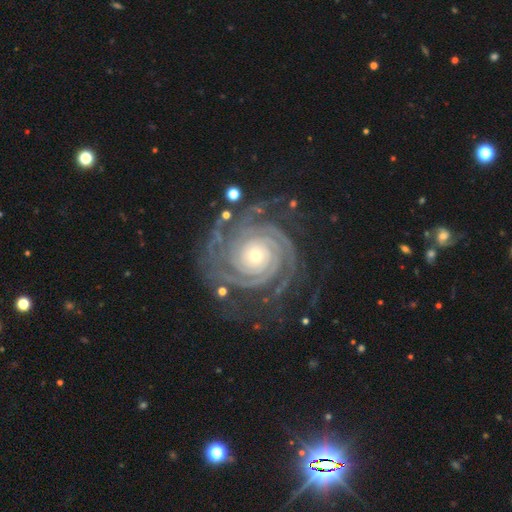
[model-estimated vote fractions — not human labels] A featured or disk galaxy (93%) with no bar (79%), 4 (21%, tied with 2) tight (86%) spiral arms (99%) and a small central bulge (63%). Merging: none (71%).